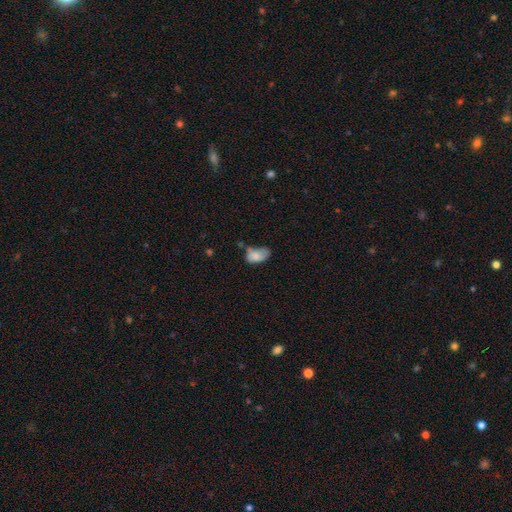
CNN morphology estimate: A smooth galaxy with no disk features (77%) that is in between round and cigar-shaped (91%).

Vote fractions:
- Smooth or featured? smooth: 77% / featured or disk: 14% / star or artifact: 9%
- How rounded? in between: 91% / round: 7% / cigar-shaped: 2%
- Merging? minor disturbance: 36% / none: 35% / major disturbance: 15% / merger: 14%